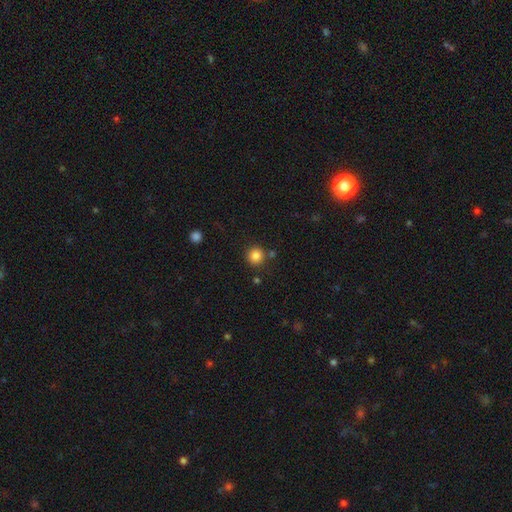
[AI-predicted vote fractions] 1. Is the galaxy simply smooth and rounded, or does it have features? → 85% smooth, 11% star or artifact, 4% featured or disk.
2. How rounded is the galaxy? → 94% round, 6% in between, 1% cigar-shaped.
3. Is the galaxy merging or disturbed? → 82% none, 8% minor disturbance, 7% merger, 3% major disturbance.